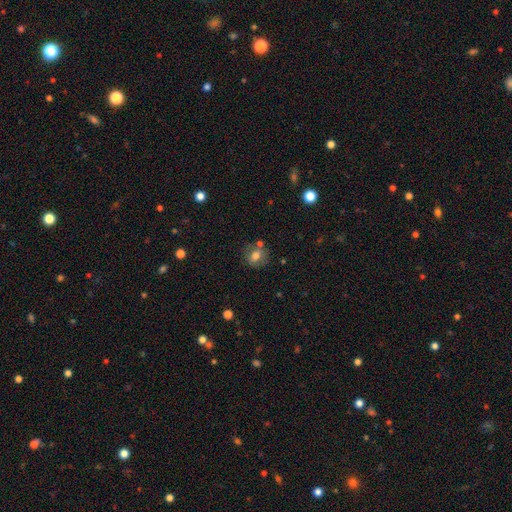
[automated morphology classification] type=smooth (69%); roundness=round (63%); merging=none (67%).